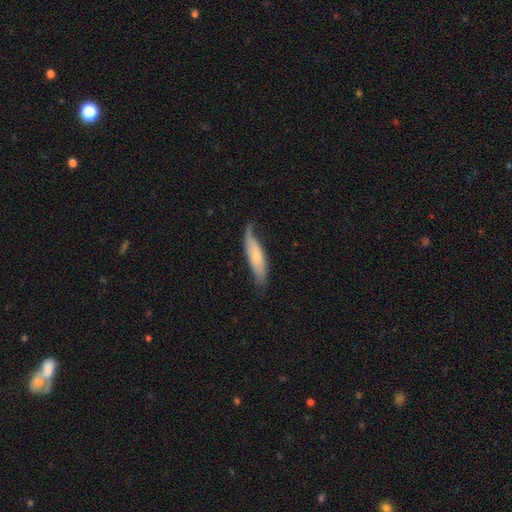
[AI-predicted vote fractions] Overall: smooth (52%; featured or disk 42%). How rounded: cigar-shaped (65%; in between 33%). Merging: none (53%; minor disturbance 33%).